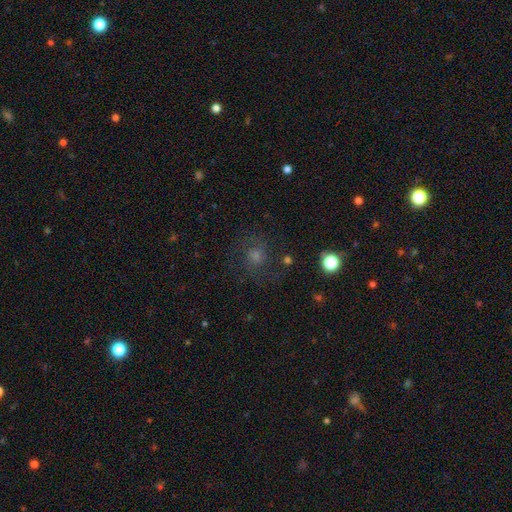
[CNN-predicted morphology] Smooth or featured: smooth — 40% (featured or disk — 39%)
Merging: none — 70% (minor disturbance — 15%)